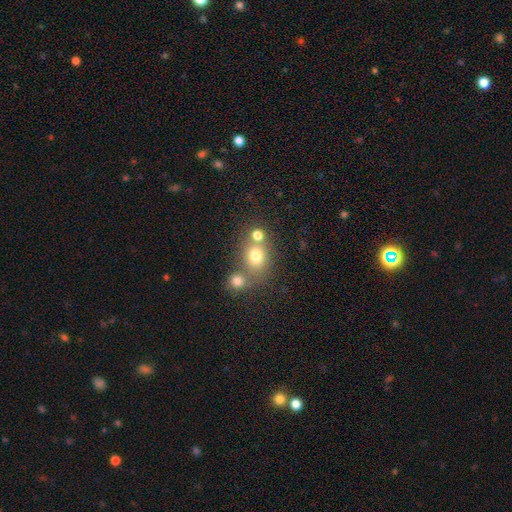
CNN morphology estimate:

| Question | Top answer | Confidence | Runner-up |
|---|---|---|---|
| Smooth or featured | smooth | 72% | star or artifact (15%) |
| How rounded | round | 68% | in between (31%) |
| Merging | none | 49% | merger (36%) |